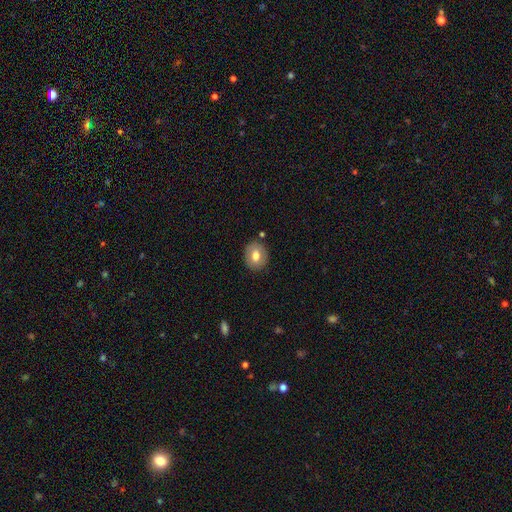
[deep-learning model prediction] This is likely a smooth galaxy (72%). How rounded: likely round (61%). Merging: clearly none (85%).